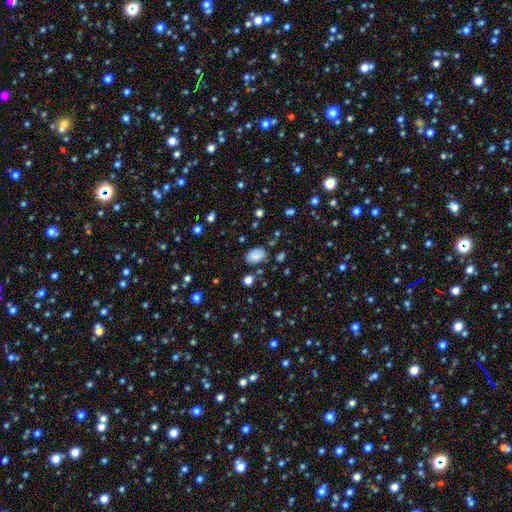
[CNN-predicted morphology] Smooth or featured?
  - smooth: 81% *
  - star or artifact: 11%
  - featured or disk: 8%
How rounded?
  - in between: 85% *
  - round: 14%
  - cigar-shaped: 1%
Merging?
  - none: 74% *
  - minor disturbance: 17%
  - major disturbance: 4%
  - merger: 4%